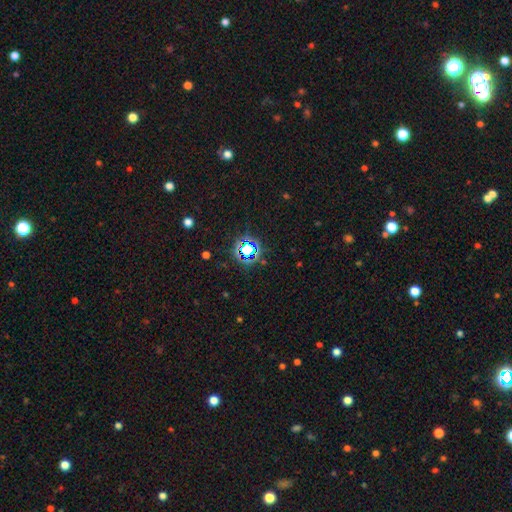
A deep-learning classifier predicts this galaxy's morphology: A star or artifact, not a galaxy (77%).

Vote fractions:
- Smooth or featured? star or artifact: 77% / smooth: 15% / featured or disk: 8%